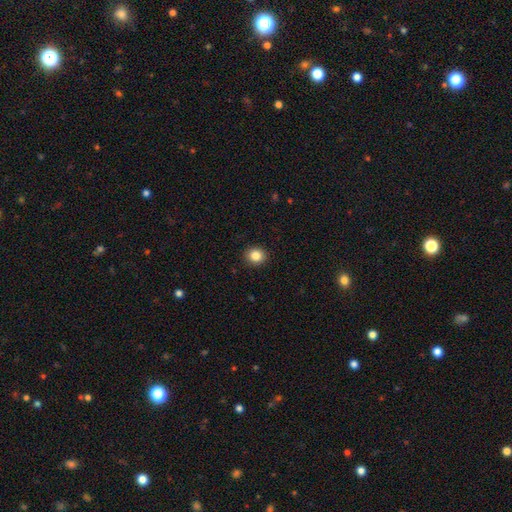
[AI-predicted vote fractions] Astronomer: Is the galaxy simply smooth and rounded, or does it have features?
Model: smooth — 85%.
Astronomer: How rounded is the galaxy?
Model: round — 76%.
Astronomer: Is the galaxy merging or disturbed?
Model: none — 92%.